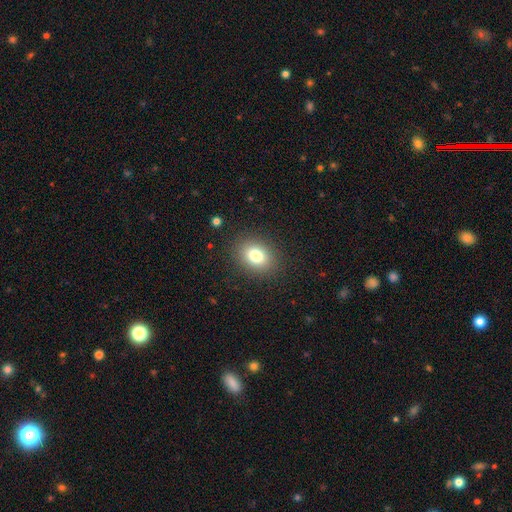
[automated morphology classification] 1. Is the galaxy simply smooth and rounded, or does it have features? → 80% smooth, 11% star or artifact, 9% featured or disk.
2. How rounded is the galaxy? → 59% in between, 40% round, 1% cigar-shaped.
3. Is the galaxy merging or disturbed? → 87% none, 8% minor disturbance, 3% major disturbance, 1% merger.